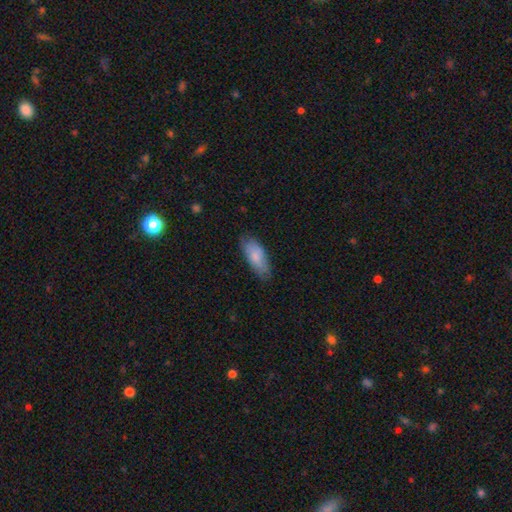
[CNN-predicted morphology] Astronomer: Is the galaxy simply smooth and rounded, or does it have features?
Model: smooth — 81%.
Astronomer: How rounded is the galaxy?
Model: in between — 80%.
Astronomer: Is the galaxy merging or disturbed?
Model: none — 75%.